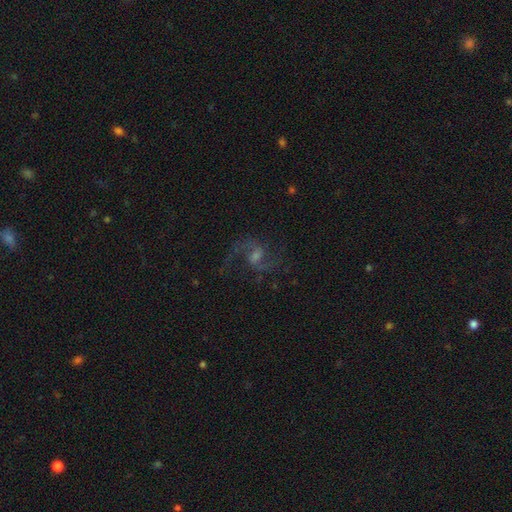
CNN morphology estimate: A featured or disk galaxy (81%) with a weak bar (54%), 2 (89%) loose (53%) spiral arms (96%) and a moderate central bulge (40%).

Vote fractions:
- Smooth or featured? featured or disk: 81% / star or artifact: 11% / smooth: 7%
- Edge-on disk? no: 97% / yes: 3%
- Bar? weak: 54% / no: 32% / strong: 14%
- Spiral arms? yes: 96% / no: 4%
- Spiral winding? loose: 53% / medium: 40% / tight: 6%
- Spiral arm count? 2: 89% / can't tell: 3% / 1: 3% / 3: 2% / 4: 1% / more than 4: 1%
- Bulge size? moderate: 40% / small: 38% / none: 13% / large: 7% / dominant: 2%
- Merging? none: 73% / minor disturbance: 14% / major disturbance: 12% / merger: 2%